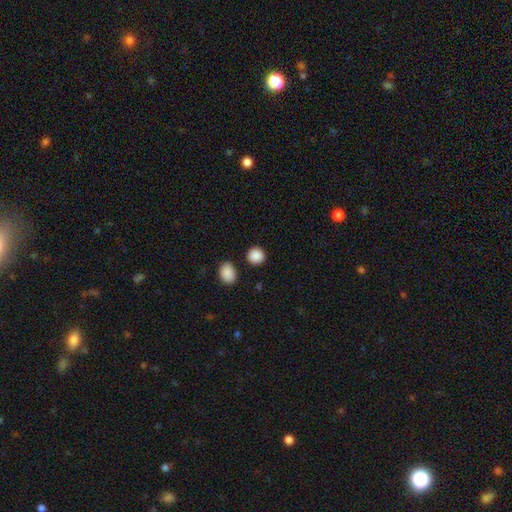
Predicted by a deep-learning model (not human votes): Morphology: type=smooth (89%); roundness=round (86%); merging=none (86%).